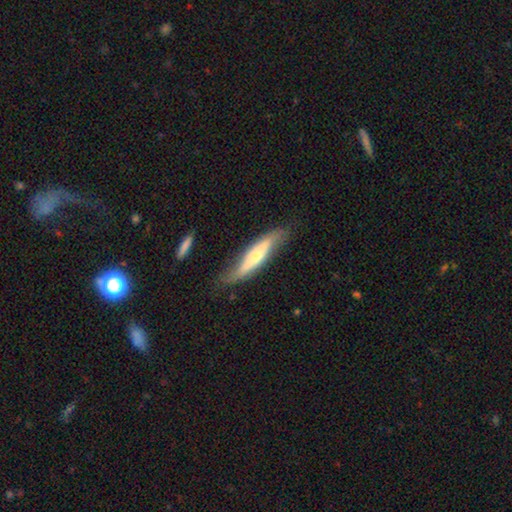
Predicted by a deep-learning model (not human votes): Morphology: type=featured or disk (52%); edge-on=yes (62%); merging=none (69%).